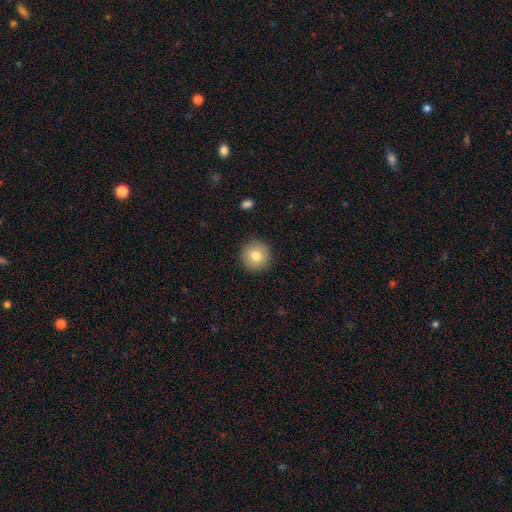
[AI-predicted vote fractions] A smooth galaxy with no disk features (79%) that is round (95%).

Vote fractions:
- Smooth or featured? smooth: 79% / featured or disk: 12% / star or artifact: 9%
- How rounded? round: 95% / in between: 4% / cigar-shaped: 1%
- Merging? none: 91% / minor disturbance: 6% / major disturbance: 2% / merger: 1%